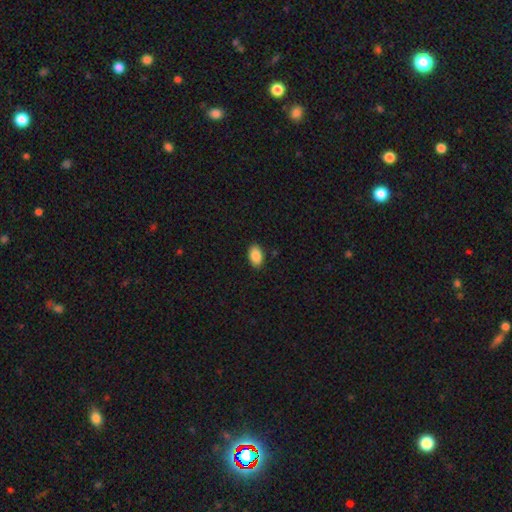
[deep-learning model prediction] Smooth or featured? smooth (89%)
How rounded? in between (92%)
Merging? none (88%)